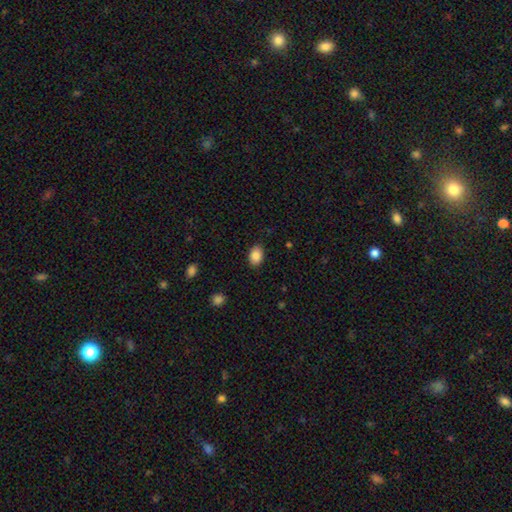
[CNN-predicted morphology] Smooth or featured?
  - smooth: 87% *
  - star or artifact: 8%
  - featured or disk: 5%
How rounded?
  - in between: 81% *
  - round: 18%
  - cigar-shaped: 1%
Merging?
  - none: 87% *
  - minor disturbance: 10%
  - major disturbance: 2%
  - merger: 1%